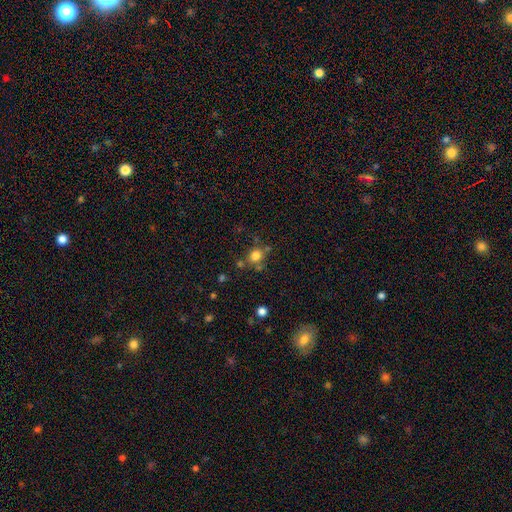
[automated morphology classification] Smooth or featured: smooth — 78% (star or artifact — 14%)
How rounded: round — 77% (in between — 22%)
Merging: none — 67% (merger — 14%)